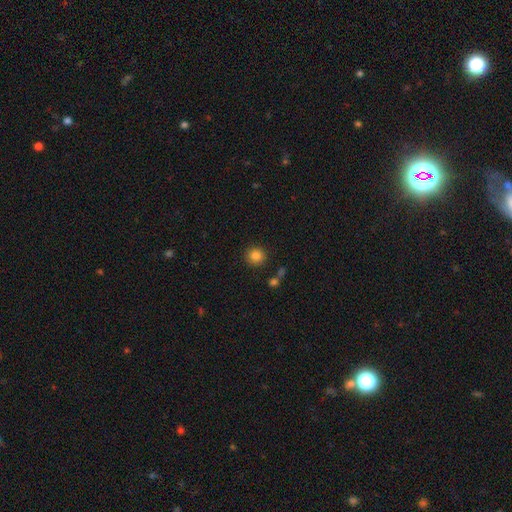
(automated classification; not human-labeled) Smooth or featured? Predicted: smooth (p=0.85). How rounded? Predicted: round (p=0.92). Merging? Predicted: none (p=0.88).